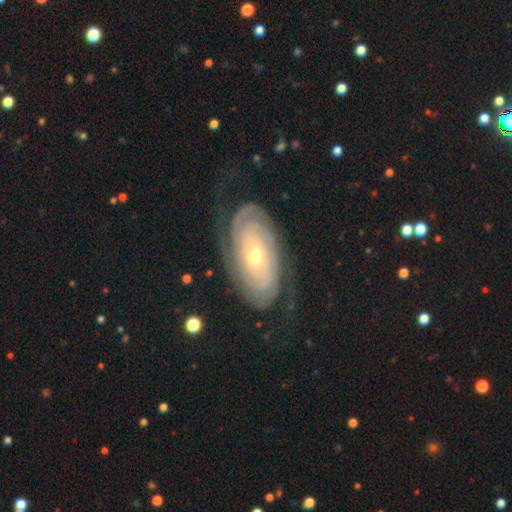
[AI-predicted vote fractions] featured or disk 84%, smooth 10%, star or artifact 6%. Down the decision tree: edge-on disk — no (94%); bar — no (74%); spiral arms — yes (94%); spiral arm count — 2 (44%); spiral winding — tight (80%); bulge size — small (49%); merging — none (75%).